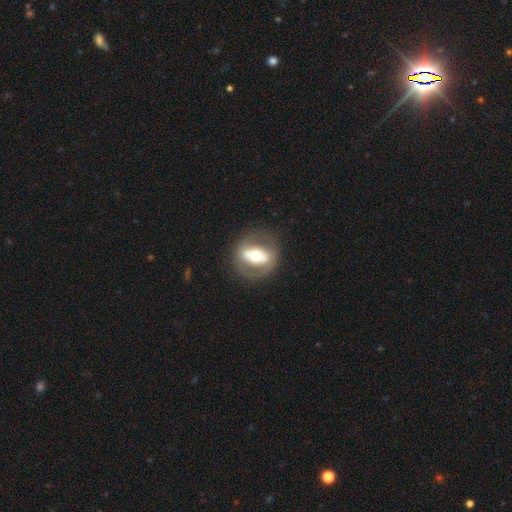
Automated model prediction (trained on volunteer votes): This appears to be a featured or disk galaxy (60%) with a strong bar (50%), no spiral arms (82%) and a moderate central bulge (66%). Merging: none (76%).